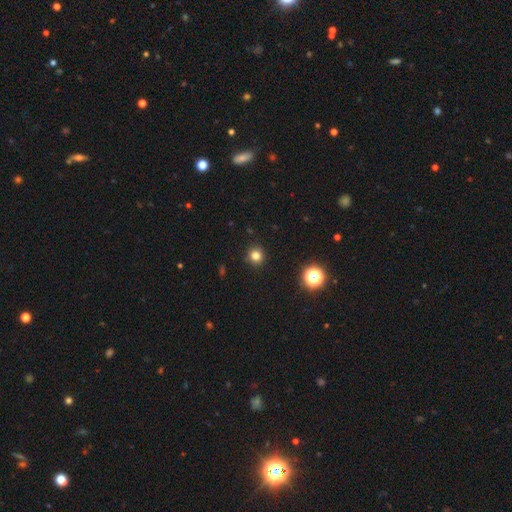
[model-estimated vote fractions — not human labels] A smooth galaxy with no disk features (80%) that is round (92%). Merging: none (91%).